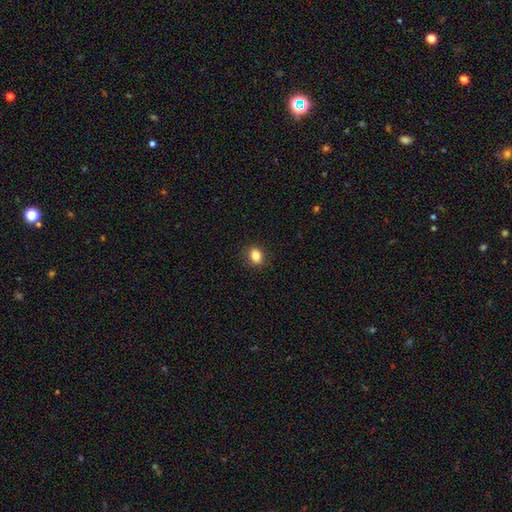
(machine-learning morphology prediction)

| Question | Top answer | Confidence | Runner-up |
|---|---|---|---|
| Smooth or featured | smooth | 84% | star or artifact (10%) |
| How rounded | in between | 52% | round (47%) |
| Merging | none | 89% | minor disturbance (8%) |